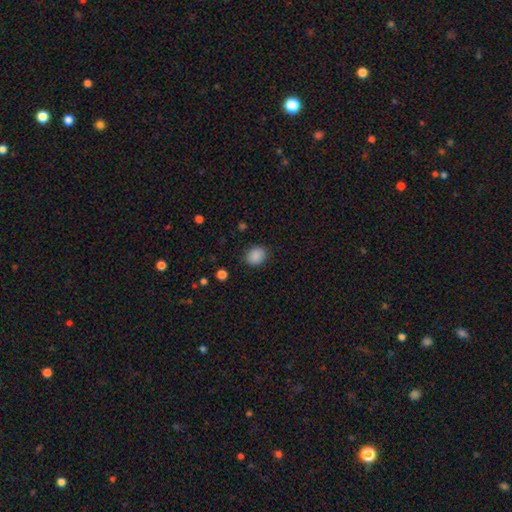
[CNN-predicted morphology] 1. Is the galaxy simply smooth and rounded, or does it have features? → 88% smooth, 9% star or artifact, 3% featured or disk.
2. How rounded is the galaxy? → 58% round, 41% in between, 1% cigar-shaped.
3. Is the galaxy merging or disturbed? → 86% none, 10% minor disturbance, 3% major disturbance, 1% merger.